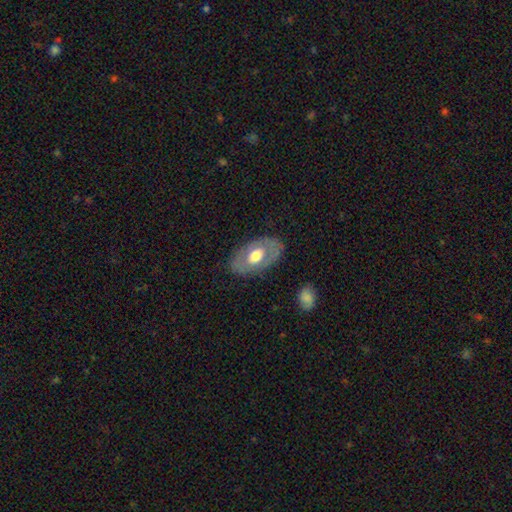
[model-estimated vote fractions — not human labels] Morphology: type=smooth (48%); merging=none (79%).